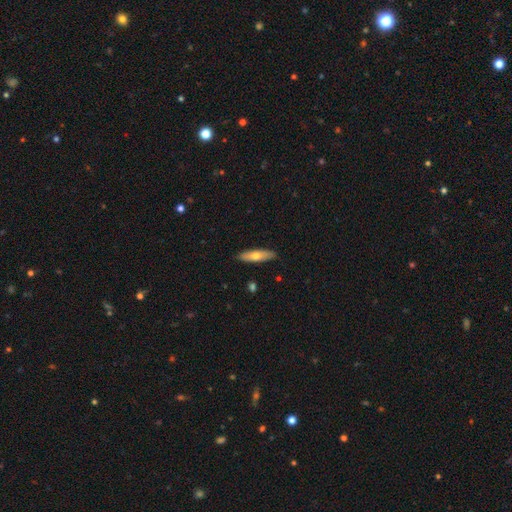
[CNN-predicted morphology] Smooth or featured? smooth (61%)
How rounded? cigar-shaped (68%)
Merging? none (89%)